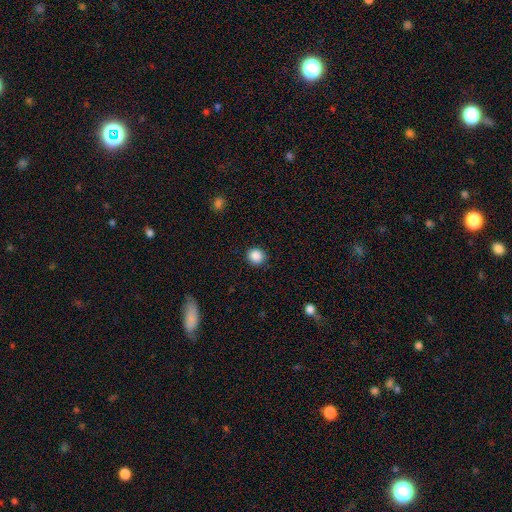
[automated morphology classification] smooth_or_featured: smooth (p=0.88) [alt: star or artifact p=0.09]
how_rounded: round (p=0.87) [alt: in between p=0.12]
merging: none (p=0.90) [alt: minor disturbance p=0.07]